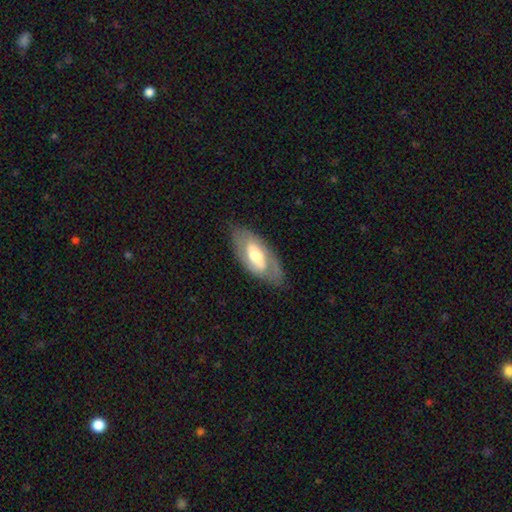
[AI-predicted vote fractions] Q: Smooth or featured?
A: featured or disk (59%); runner-up: smooth (35%)
Q: Edge-on disk?
A: no (86%); runner-up: yes (14%)
Q: Bar?
A: no (39%); runner-up: weak (34%)
Q: Spiral arms?
A: yes (52%); runner-up: no (48%)
Q: Bulge size?
A: moderate (63%); runner-up: large (20%)
Q: Merging?
A: none (77%); runner-up: minor disturbance (16%)